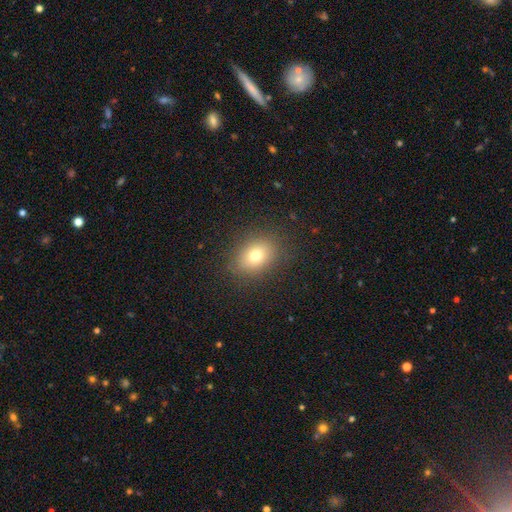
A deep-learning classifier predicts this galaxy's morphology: The model was most divided on "how rounded": in between: 66%, round: 33%, cigar-shaped: 1%. More confident: merging — none (86%); smooth or featured — smooth (76%).